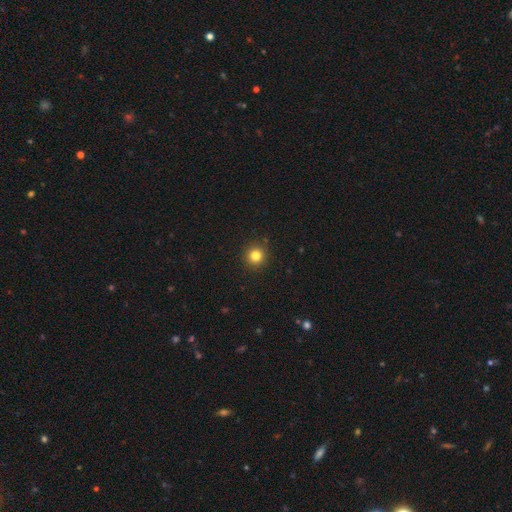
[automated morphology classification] smooth-or-featured: smooth: 82% | star or artifact: 13% | featured or disk: 5%
  how-rounded: round: 94% | in between: 5% | cigar-shaped: 1%
  merging: none: 92% | minor disturbance: 5% | major disturbance: 2% | merger: 1%